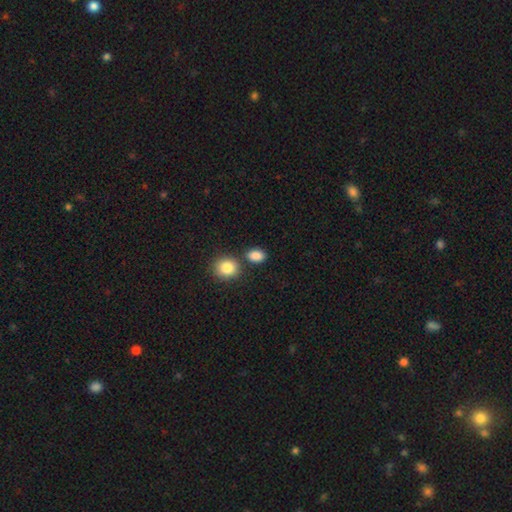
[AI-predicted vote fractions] The model was most divided on "how rounded": in between: 73%, round: 26%, cigar-shaped: 2%. More confident: smooth or featured — smooth (87%); merging — none (71%).